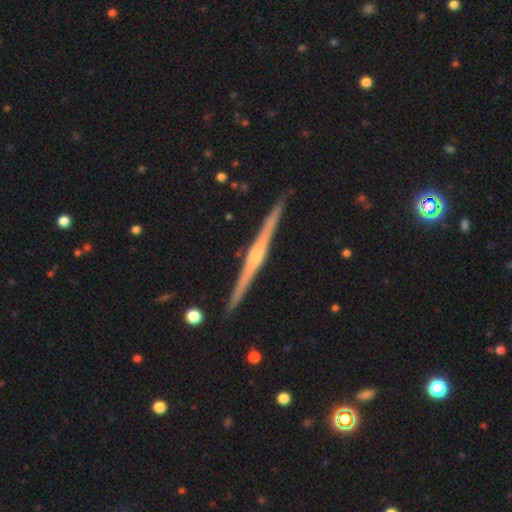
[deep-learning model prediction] This is clearly a featured or disk galaxy (83%). It is clearly viewed edge-on (99%). Edge-on bulge: likely rounded (65%). Merging: clearly none (91%).